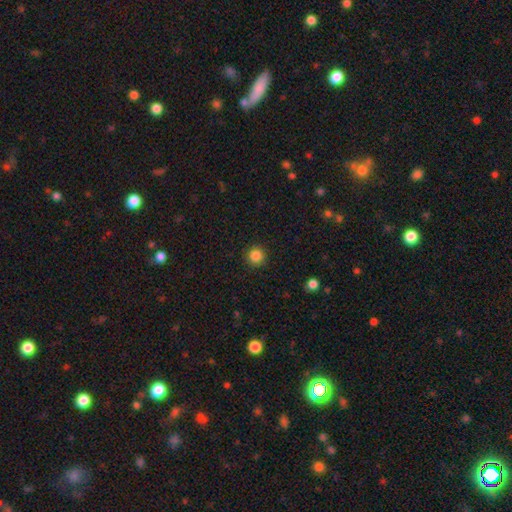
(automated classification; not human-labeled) This appears to be a smooth galaxy with no disk features (85%) that is round (95%). Merging: none (92%).